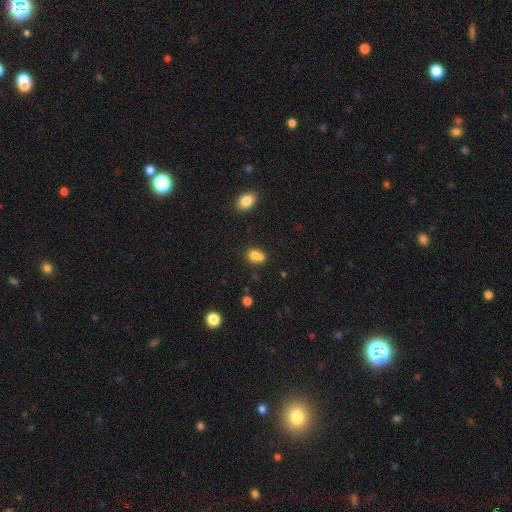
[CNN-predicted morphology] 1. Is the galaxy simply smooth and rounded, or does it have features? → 74% smooth, 14% featured or disk, 12% star or artifact.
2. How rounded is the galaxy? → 62% round, 37% in between, 1% cigar-shaped.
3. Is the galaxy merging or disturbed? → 58% merger, 30% none, 8% minor disturbance, 4% major disturbance.